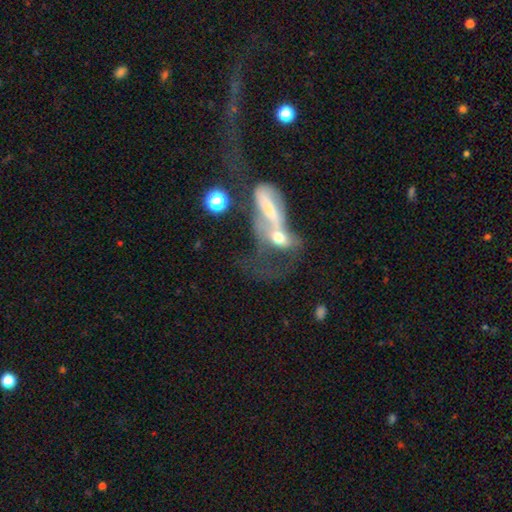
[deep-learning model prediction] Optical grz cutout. It shows a featured or disk galaxy (59%). Merging: merger (59%).